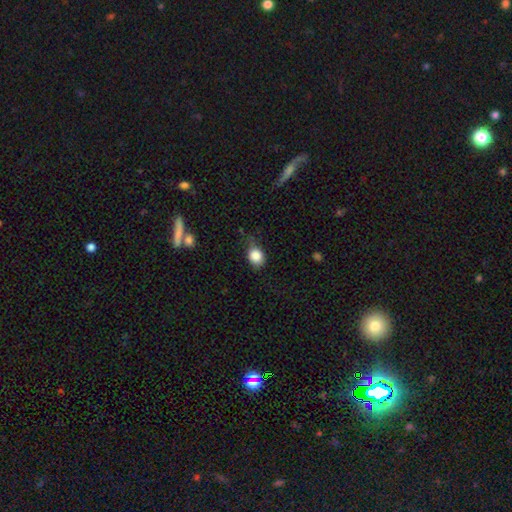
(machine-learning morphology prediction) Smooth or featured: smooth — 85% (star or artifact — 9%)
How rounded: round — 62% (in between — 37%)
Merging: none — 55% (minor disturbance — 33%)